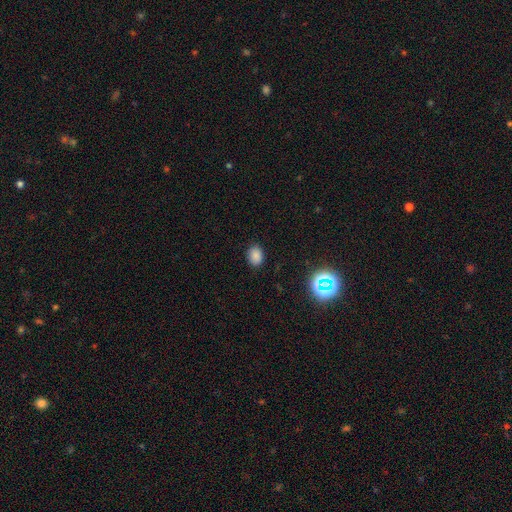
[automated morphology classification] Overall: smooth (80%). How rounded: in between (64%; round 35%). Merging: none (85%).